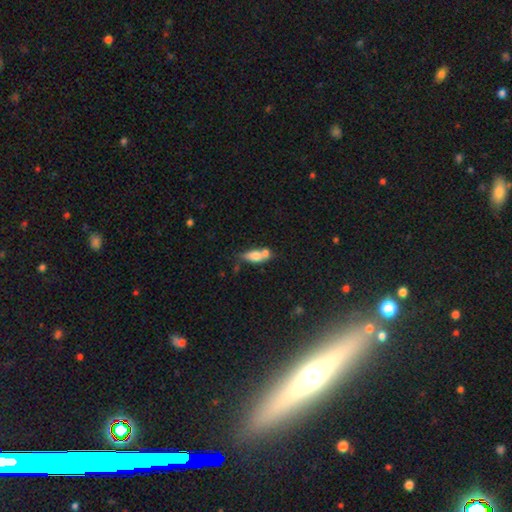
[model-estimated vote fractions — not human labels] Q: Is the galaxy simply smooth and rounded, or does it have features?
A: smooth — 65%.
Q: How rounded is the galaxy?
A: in between — 71%.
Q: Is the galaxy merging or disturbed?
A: merger — 44%.